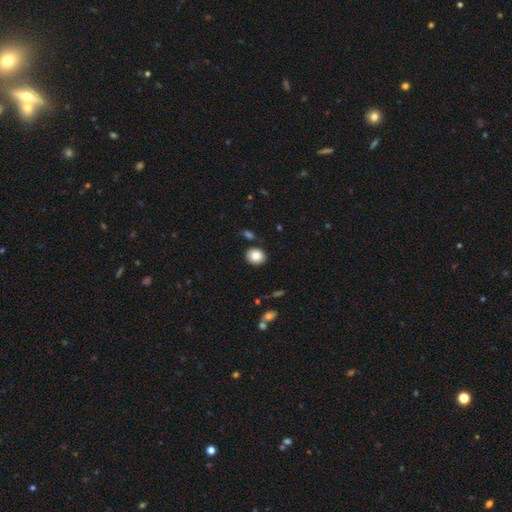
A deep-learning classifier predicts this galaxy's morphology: smooth_or_featured: smooth (p=0.84) [alt: star or artifact p=0.08]
how_rounded: round (p=0.63) [alt: in between p=0.36]
merging: none (p=0.85) [alt: minor disturbance p=0.08]